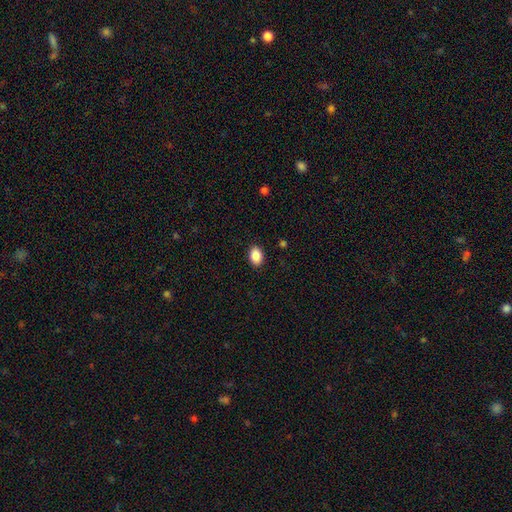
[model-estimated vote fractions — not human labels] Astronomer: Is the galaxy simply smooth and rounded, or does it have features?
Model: smooth — 89%.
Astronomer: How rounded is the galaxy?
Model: in between — 82%.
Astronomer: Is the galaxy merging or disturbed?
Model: none — 89%.